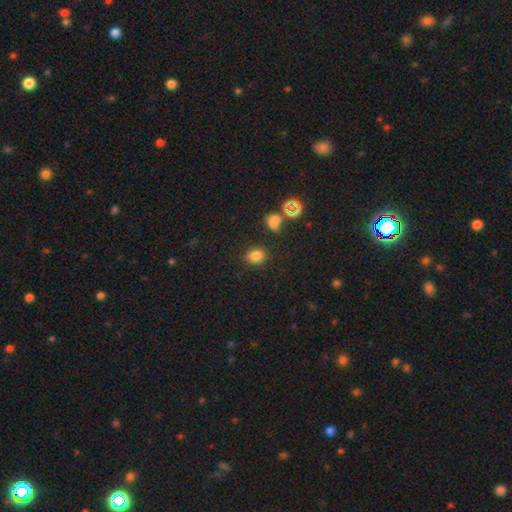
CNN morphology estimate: This is likely a smooth galaxy (79%). How rounded: possibly round (56%). Merging: clearly none (81%).